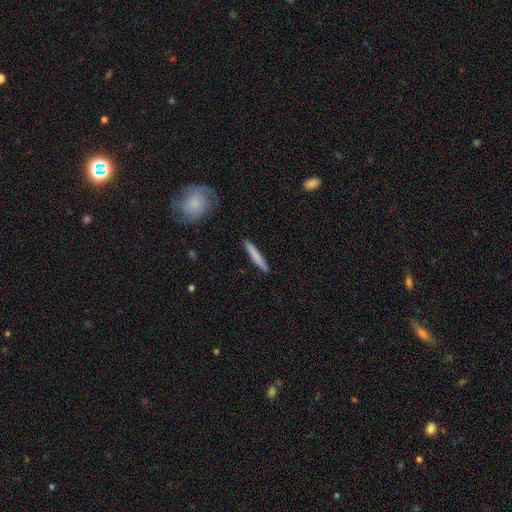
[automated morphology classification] A smooth galaxy with no disk features (75%) that is cigar-shaped (95%).

Vote fractions:
- Smooth or featured? smooth: 75% / featured or disk: 19% / star or artifact: 6%
- How rounded? cigar-shaped: 95% / in between: 4% / round: 1%
- Merging? none: 89% / minor disturbance: 8% / major disturbance: 2% / merger: 1%